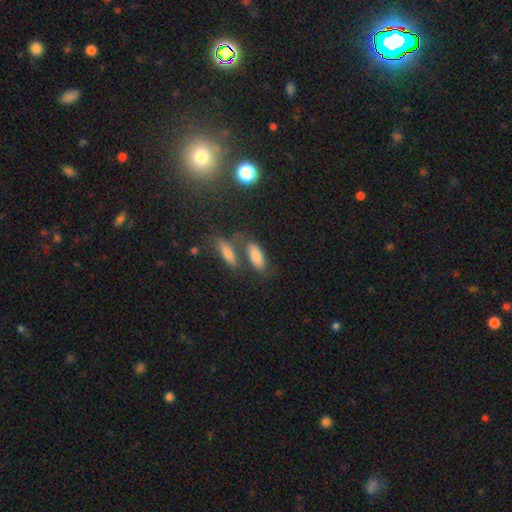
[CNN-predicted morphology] smooth 76%, featured or disk 13%, star or artifact 10%. Down the decision tree: how rounded — in between (77%); merging — none (49%).